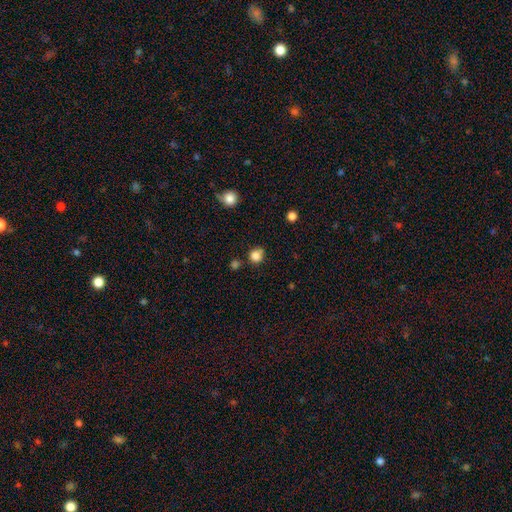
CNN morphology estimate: smooth-or-featured: smooth: 83% | star or artifact: 12% | featured or disk: 4%
  how-rounded: round: 87% | in between: 12% | cigar-shaped: 1%
  merging: none: 72% | minor disturbance: 16% | merger: 8% | major disturbance: 4%